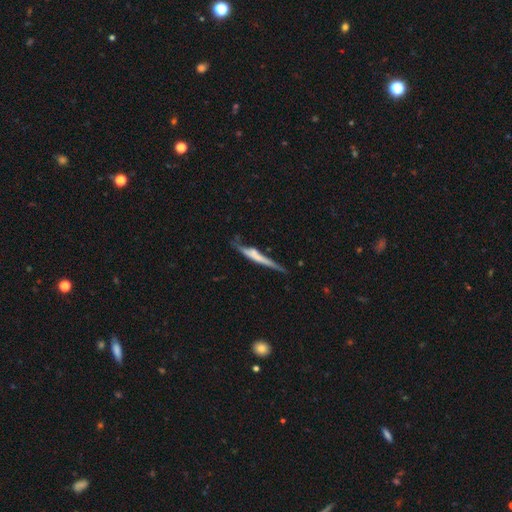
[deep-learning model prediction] Smooth or featured: featured or disk — 54% (smooth — 40%)
Edge-on disk: yes — 92% (no — 8%)
Merging: none — 58% (minor disturbance — 25%)